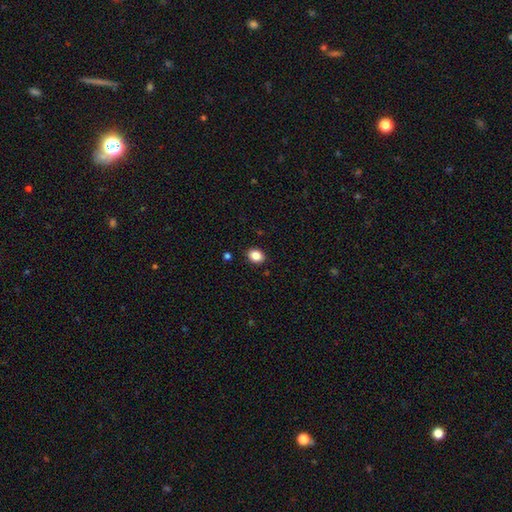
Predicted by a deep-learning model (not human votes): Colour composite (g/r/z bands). It shows a smooth galaxy with no disk features (85%) that is in between round and cigar-shaped (62%). Merging: none (89%).